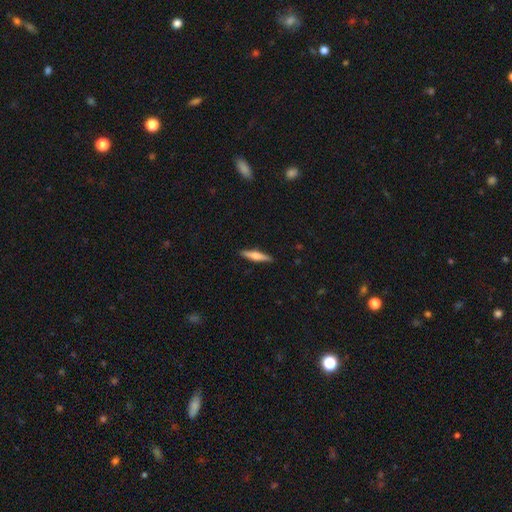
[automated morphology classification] smooth_or_featured: smooth (p=0.51) [alt: featured or disk p=0.43]
how_rounded: cigar-shaped (p=0.84) [alt: in between p=0.14]
merging: none (p=0.90) [alt: minor disturbance p=0.07]